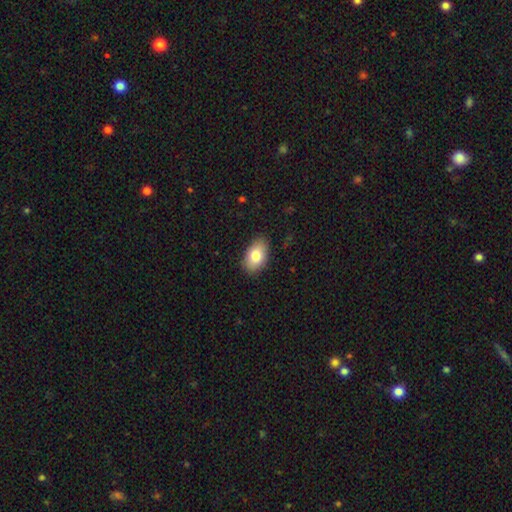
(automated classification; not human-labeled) smooth-or-featured: smooth: 81% | featured or disk: 12% | star or artifact: 7%
  how-rounded: in between: 90% | round: 9% | cigar-shaped: 1%
  merging: none: 85% | minor disturbance: 12% | major disturbance: 2% | merger: 1%